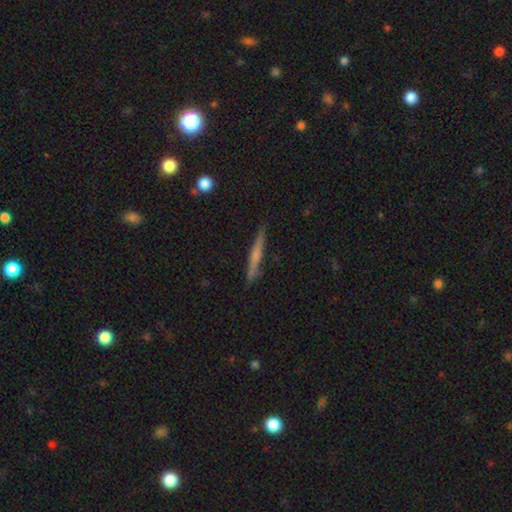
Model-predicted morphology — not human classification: Overall: featured or disk (53%; smooth 40%). Edge-on disk: yes (97%). Edge-on bulge: rounded (43%, tied with none). Merging: none (87%).